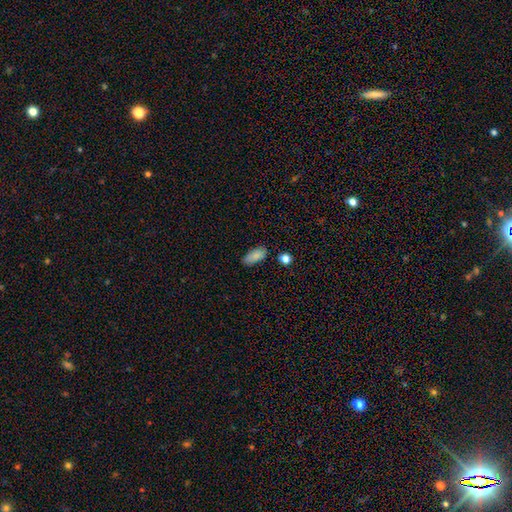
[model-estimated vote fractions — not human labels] Q: Smooth or featured?
A: smooth (85%); runner-up: star or artifact (8%)
Q: How rounded?
A: in between (87%); runner-up: cigar-shaped (10%)
Q: Merging?
A: none (78%); runner-up: minor disturbance (16%)